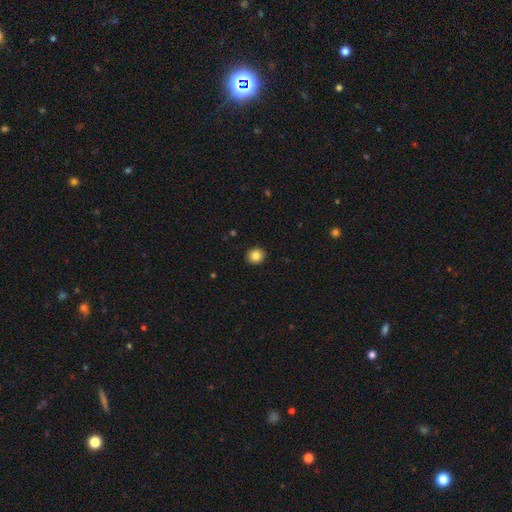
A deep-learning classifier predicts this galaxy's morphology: Smooth or featured?
  - smooth: 84% *
  - star or artifact: 10%
  - featured or disk: 6%
How rounded?
  - round: 84% *
  - in between: 15%
  - cigar-shaped: 1%
Merging?
  - none: 92% *
  - minor disturbance: 5%
  - major disturbance: 2%
  - merger: 1%